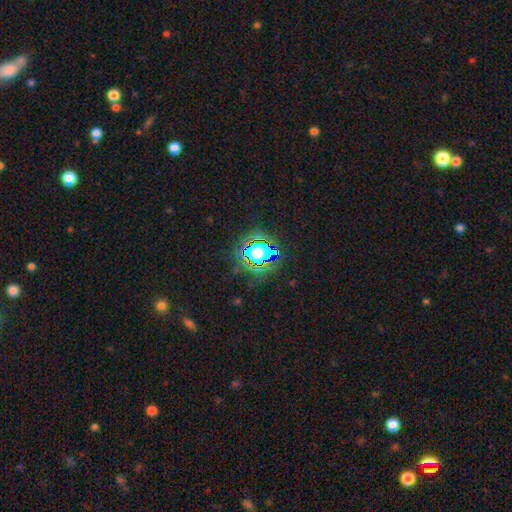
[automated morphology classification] smooth-or-featured: star or artifact: 56% | smooth: 31% | featured or disk: 12%